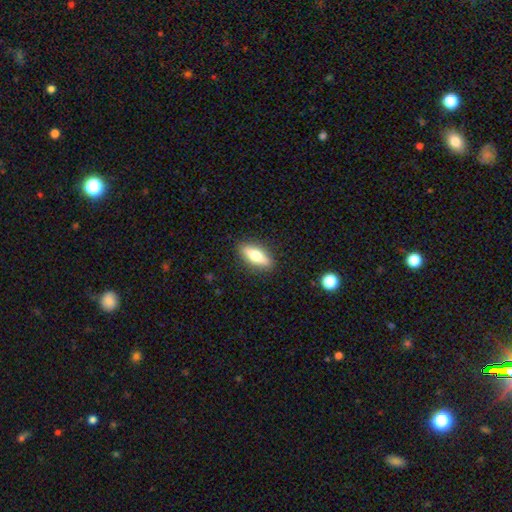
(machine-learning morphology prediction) The model was most divided on "how rounded": in between: 61%, cigar-shaped: 35%, round: 3%. More confident: merging — none (88%); smooth or featured — smooth (60%).